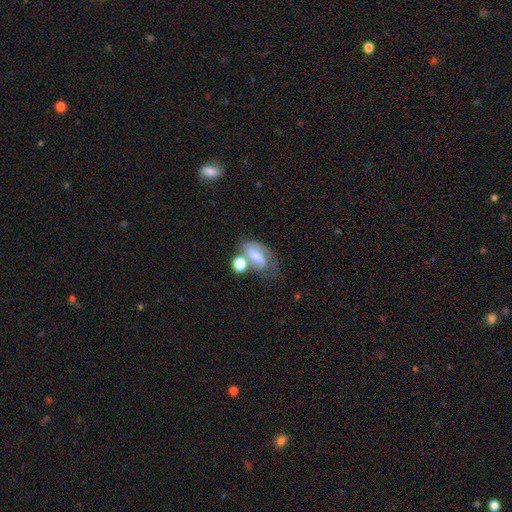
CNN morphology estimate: The model was most divided on "merging" (2-way tie): none: 32%, merger: 32%, minor disturbance: 18%, major disturbance: 18%. Remaining: smooth or featured — featured or disk (49%).